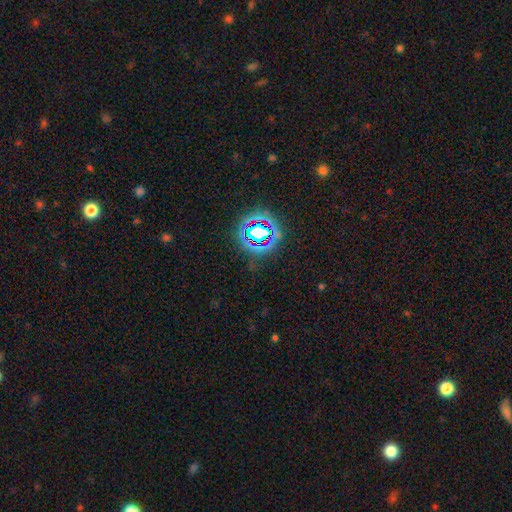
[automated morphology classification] A star or artifact, not a galaxy (79%).